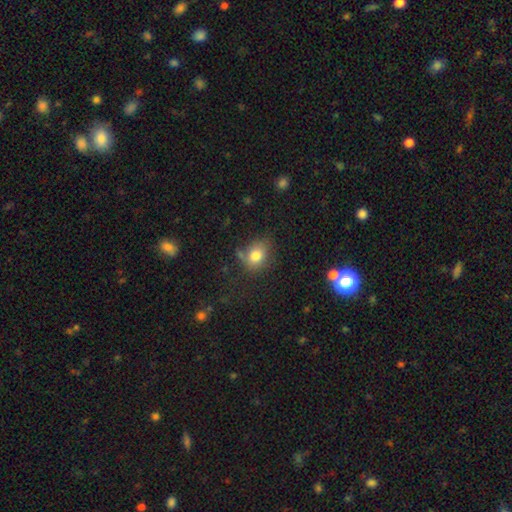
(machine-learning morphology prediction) type=smooth (79%); roundness=round (51%); merging=none (63%).